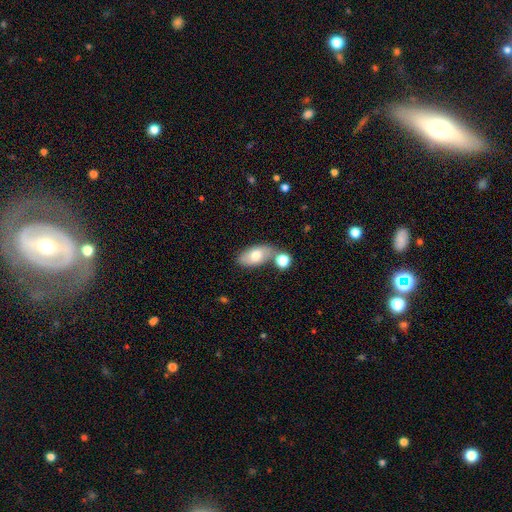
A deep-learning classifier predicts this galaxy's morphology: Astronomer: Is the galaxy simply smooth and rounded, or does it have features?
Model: smooth — 70%.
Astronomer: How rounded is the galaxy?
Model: in between — 91%.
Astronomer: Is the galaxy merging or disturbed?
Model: none — 57%.